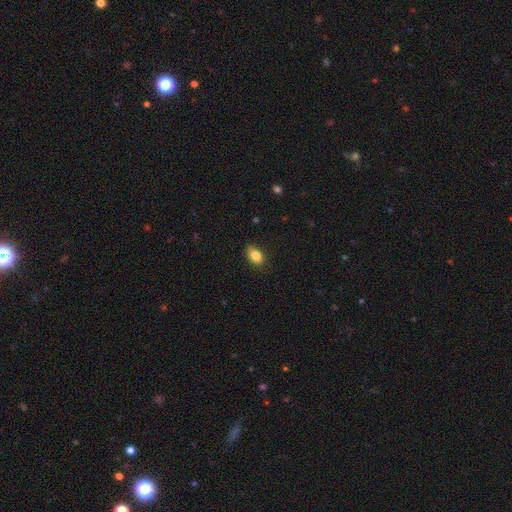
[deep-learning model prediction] This is clearly a smooth galaxy (84%). How rounded: clearly in between (84%). Merging: clearly none (82%).